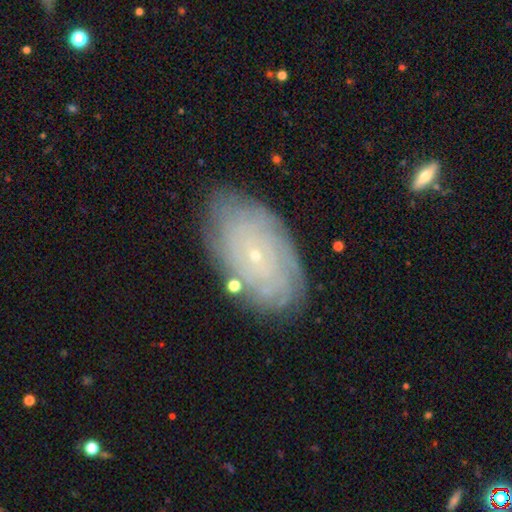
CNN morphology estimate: smooth_or_featured: featured or disk (p=0.74) [alt: smooth p=0.18]
disk_edge_on: no (p=0.95) [alt: yes p=0.05]
bar: no (p=0.85) [alt: weak p=0.12]
has_spiral_arms: yes (p=0.87) [alt: no p=0.13]
spiral_winding: tight (p=0.85) [alt: medium p=0.11]
spiral_arm_count: can't tell (p=0.50) [alt: more than 4 p=0.15]
bulge_size: small (p=0.90) [alt: moderate p=0.07]
merging: none (p=0.81) [alt: minor disturbance p=0.13]